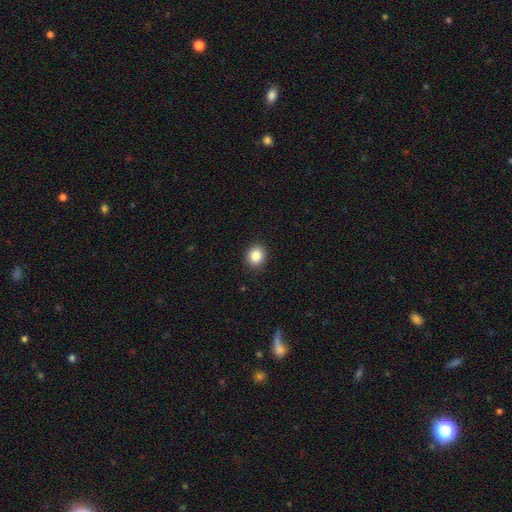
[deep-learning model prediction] This appears to be a smooth galaxy with no disk features (85%) that is round (77%). Merging: none (91%).